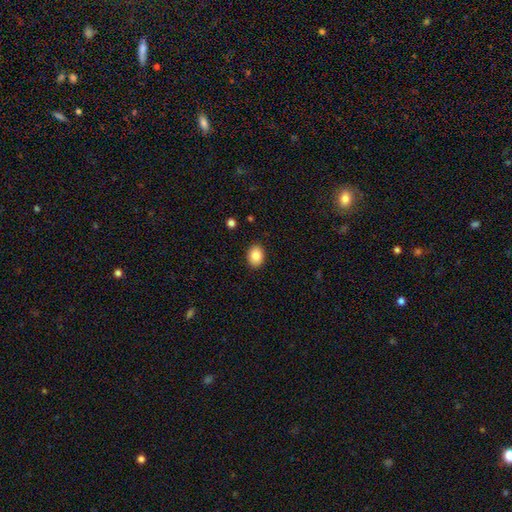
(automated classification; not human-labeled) Smooth or featured? Predicted: smooth (p=0.87). How rounded? Predicted: in between (p=0.64). Merging? Predicted: none (p=0.90).